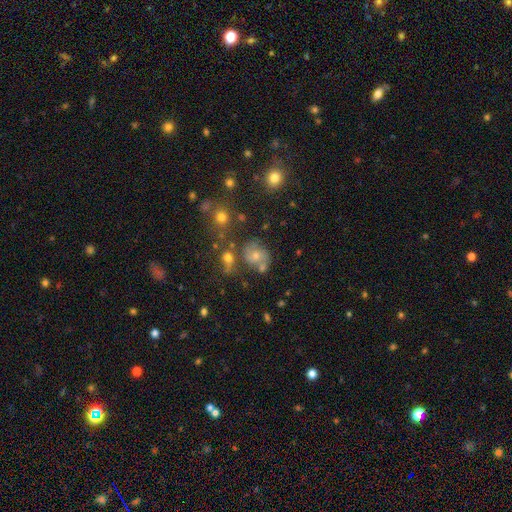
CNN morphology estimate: Smooth or featured: featured or disk — 44% (smooth — 37%)
Merging: none — 57% (minor disturbance — 19%)